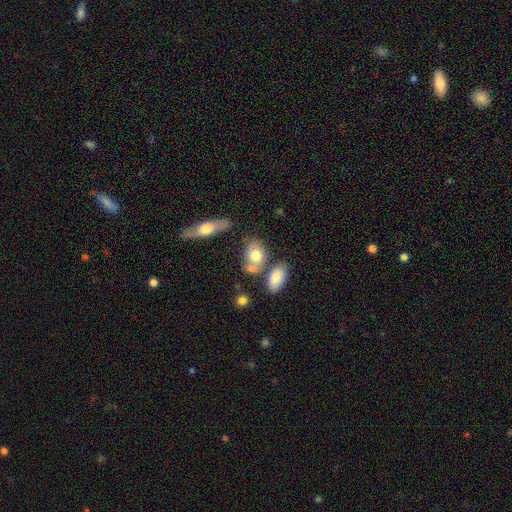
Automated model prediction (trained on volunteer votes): Overall: smooth (74%). How rounded: in between (77%). Merging: none (47%; merger 31%).